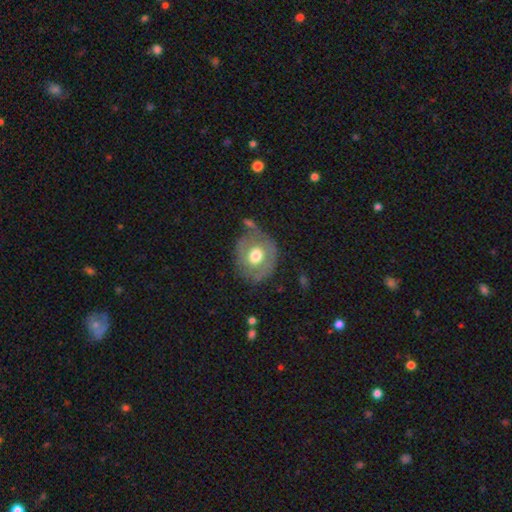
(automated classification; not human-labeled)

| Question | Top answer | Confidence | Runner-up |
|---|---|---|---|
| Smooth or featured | smooth | 49% | featured or disk (44%) |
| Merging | none | 66% | minor disturbance (20%) |